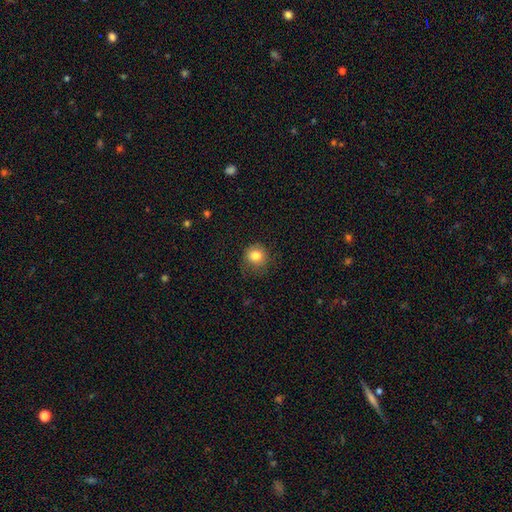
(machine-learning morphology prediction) A smooth galaxy with no disk features (82%) that is round (88%).

Vote fractions:
- Smooth or featured? smooth: 82% / star or artifact: 11% / featured or disk: 7%
- How rounded? round: 88% / in between: 11% / cigar-shaped: 1%
- Merging? none: 74% / minor disturbance: 18% / major disturbance: 6% / merger: 1%